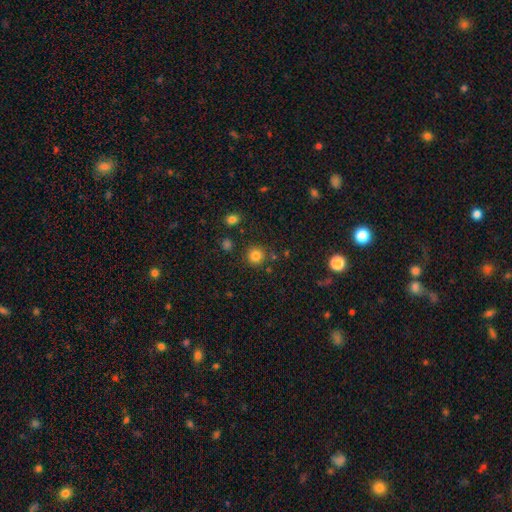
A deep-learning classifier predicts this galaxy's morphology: This appears to be a smooth galaxy with no disk features (82%) that is round (93%). Merging: none (85%).